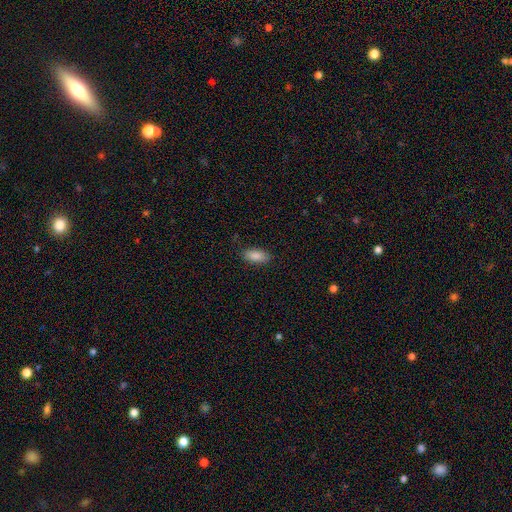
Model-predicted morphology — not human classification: The model was most divided on "merging": none: 86%, minor disturbance: 11%, major disturbance: 2%, merger: 1%. More confident: smooth or featured — smooth (87%); how rounded — in between (87%).